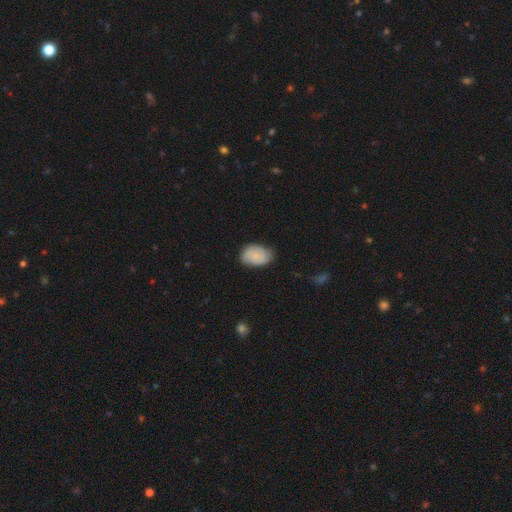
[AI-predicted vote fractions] Smooth or featured: smooth — 77% (featured or disk — 16%)
How rounded: in between — 87% (round — 12%)
Merging: none — 68% (minor disturbance — 26%)